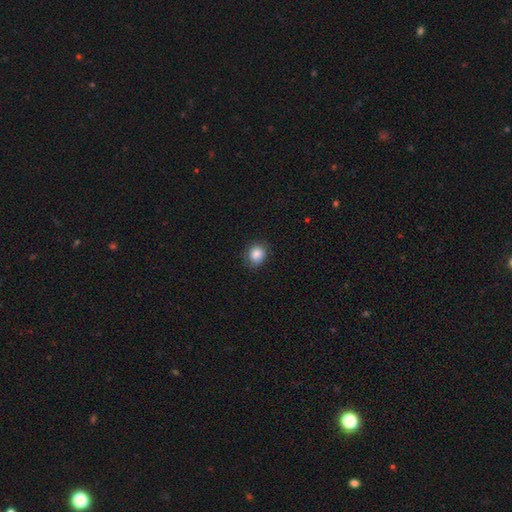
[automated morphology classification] Overall: smooth (86%). How rounded: round (72%). Merging: none (80%).